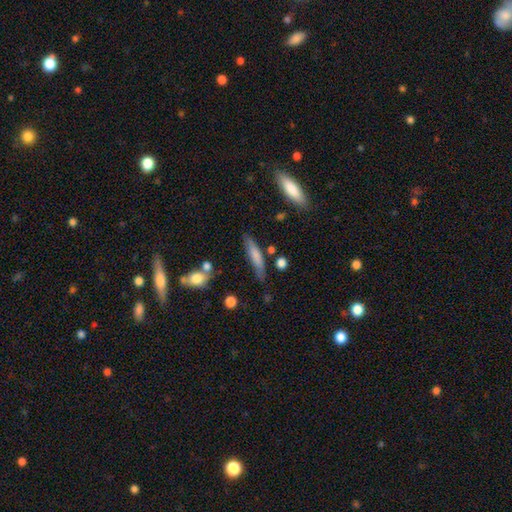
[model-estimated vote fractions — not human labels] Q: Smooth or featured?
A: smooth (71%); runner-up: featured or disk (23%)
Q: How rounded?
A: cigar-shaped (82%); runner-up: in between (16%)
Q: Merging?
A: none (75%); runner-up: minor disturbance (16%)